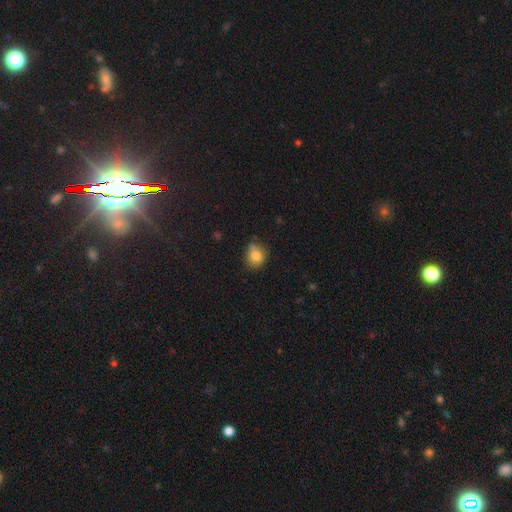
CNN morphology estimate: Smooth or featured? Predicted: smooth (p=0.79). How rounded? Predicted: round (p=0.69). Merging? Predicted: none (p=0.58).